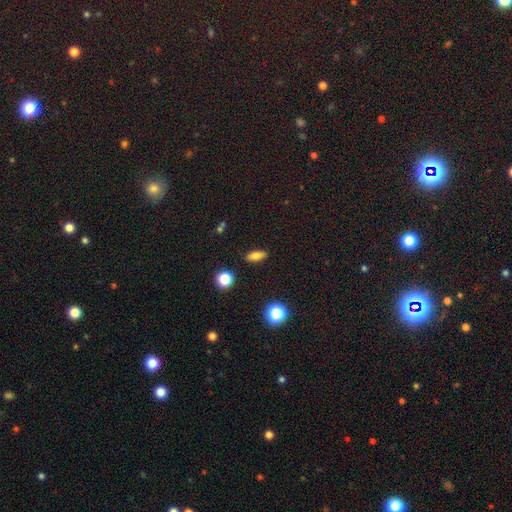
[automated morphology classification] Overall: smooth (75%). How rounded: in between (71%). Merging: none (88%).